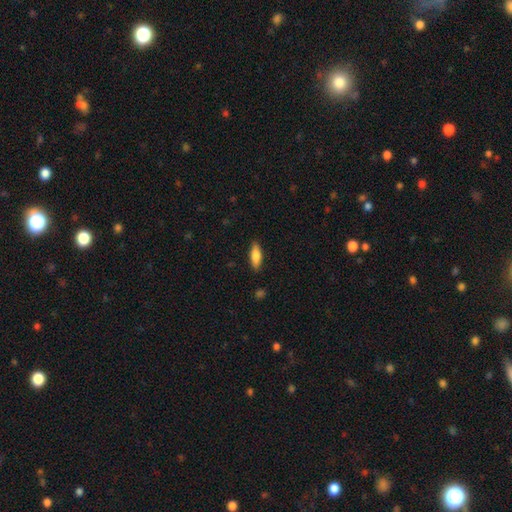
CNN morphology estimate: Smooth or featured? Predicted: smooth (p=0.81). How rounded? Predicted: in between (p=0.59). Merging? Predicted: none (p=0.86).